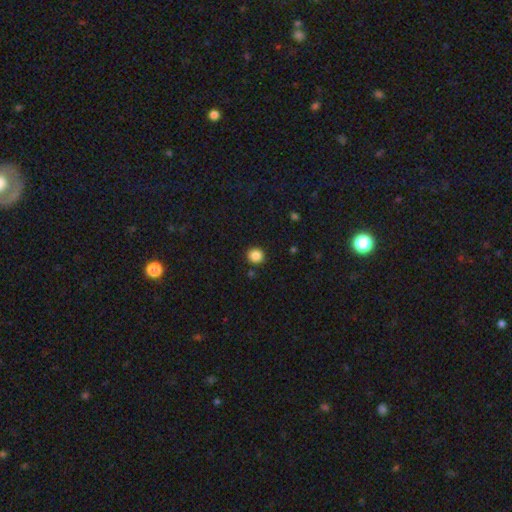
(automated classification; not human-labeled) Smooth or featured? smooth (87%)
How rounded? round (90%)
Merging? none (90%)